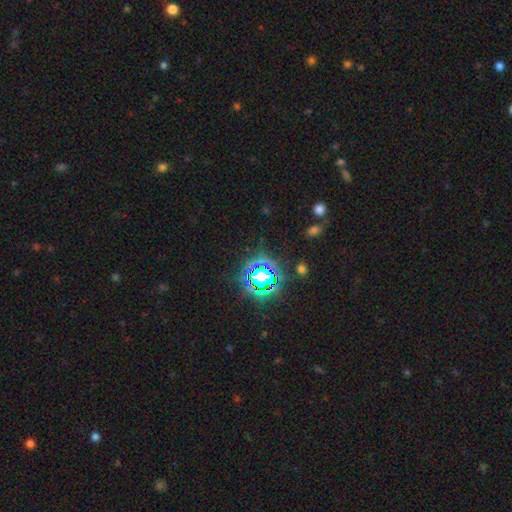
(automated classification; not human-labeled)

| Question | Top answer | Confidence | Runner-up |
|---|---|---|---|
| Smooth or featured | star or artifact | 81% | smooth (12%) |